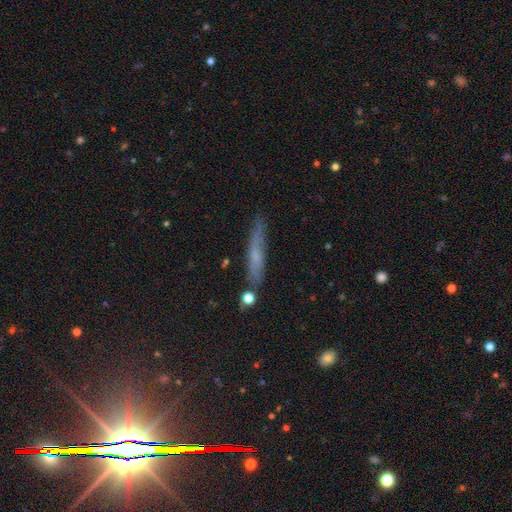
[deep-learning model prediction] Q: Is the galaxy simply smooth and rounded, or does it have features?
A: smooth — 50%.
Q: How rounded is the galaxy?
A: cigar-shaped — 89%.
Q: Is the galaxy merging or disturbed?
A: none — 78%.